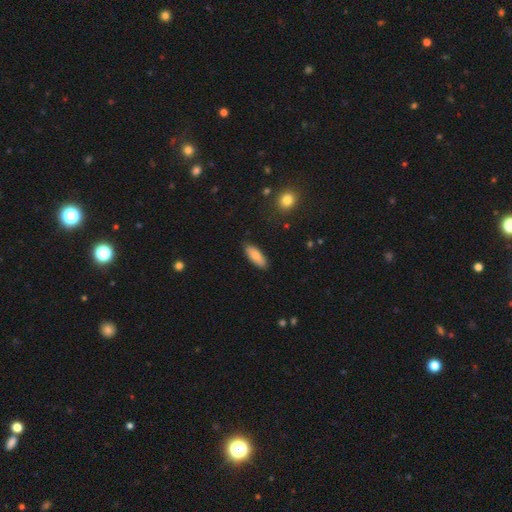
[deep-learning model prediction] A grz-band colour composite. It shows a smooth galaxy with no disk features (83%) that is in between round and cigar-shaped (73%). Merging: none (86%).